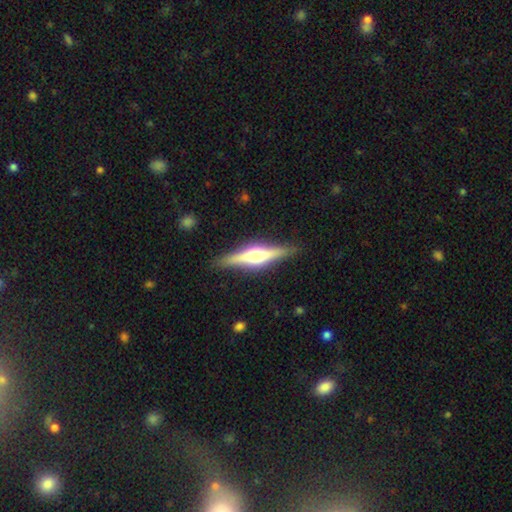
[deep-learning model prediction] Morphology: type=featured or disk (70%); edge-on=yes (97%); edge-on bulge=rounded (92%); merging=none (89%).